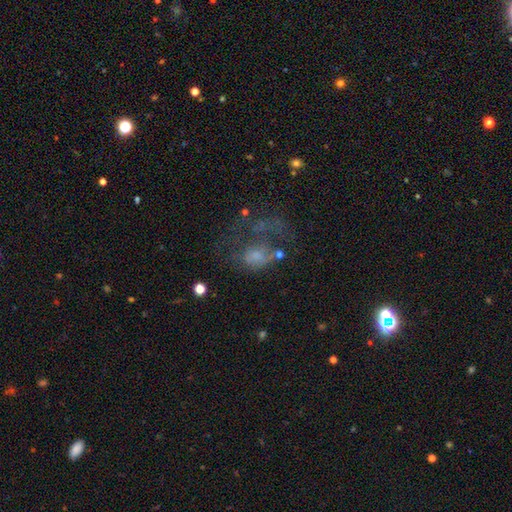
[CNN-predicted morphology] smooth 41%, featured or disk 40%, star or artifact 18%. Down the decision tree: merging — major disturbance (54%).